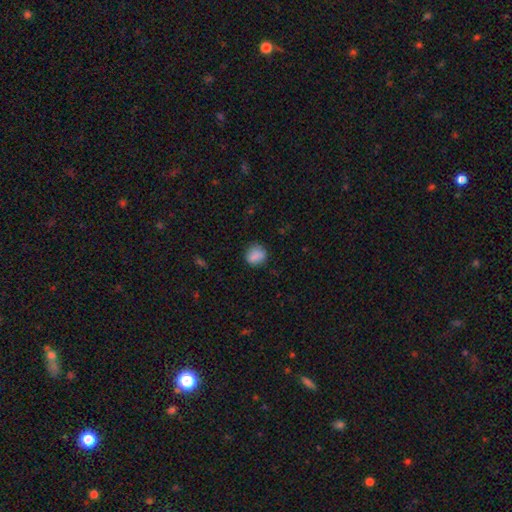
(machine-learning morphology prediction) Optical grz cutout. It shows a smooth galaxy with no disk features (85%) that is round (72%). Merging: none (78%).